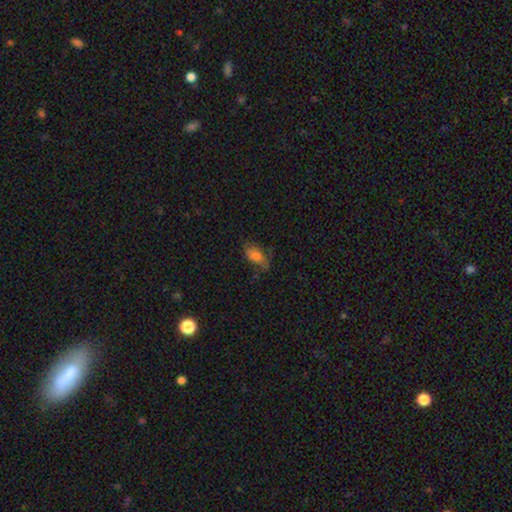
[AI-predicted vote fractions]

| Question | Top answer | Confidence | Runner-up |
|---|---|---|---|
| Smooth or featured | smooth | 75% | featured or disk (15%) |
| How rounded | in between | 89% | cigar-shaped (6%) |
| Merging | none | 57% | minor disturbance (29%) |